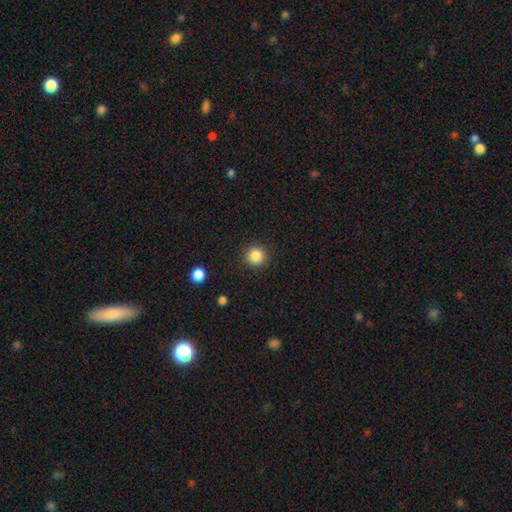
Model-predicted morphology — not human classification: A smooth galaxy with no disk features (86%) that is round (93%). Merging: none (91%).